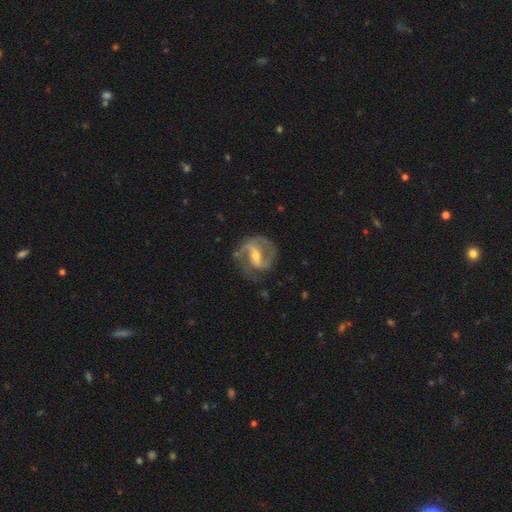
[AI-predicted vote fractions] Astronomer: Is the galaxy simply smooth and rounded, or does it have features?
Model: featured or disk — 88%.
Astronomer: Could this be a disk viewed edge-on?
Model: no — 97%.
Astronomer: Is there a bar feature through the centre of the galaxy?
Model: strong — 48% (runner-up: weak, 38%).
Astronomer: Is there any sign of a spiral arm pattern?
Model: yes — 95%.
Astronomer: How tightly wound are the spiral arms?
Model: medium — 53%.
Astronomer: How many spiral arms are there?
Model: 2 — 87%.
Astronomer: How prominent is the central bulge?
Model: moderate — 56% (runner-up: small, 40%).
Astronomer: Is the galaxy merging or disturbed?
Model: none — 73%.